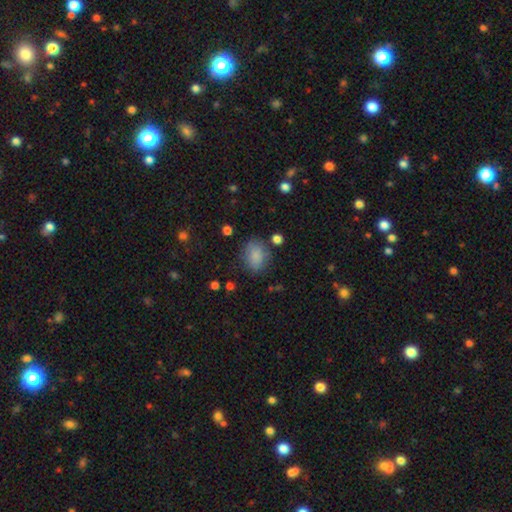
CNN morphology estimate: Smooth or featured? smooth (82%)
How rounded? in between (59%)
Merging? none (72%)